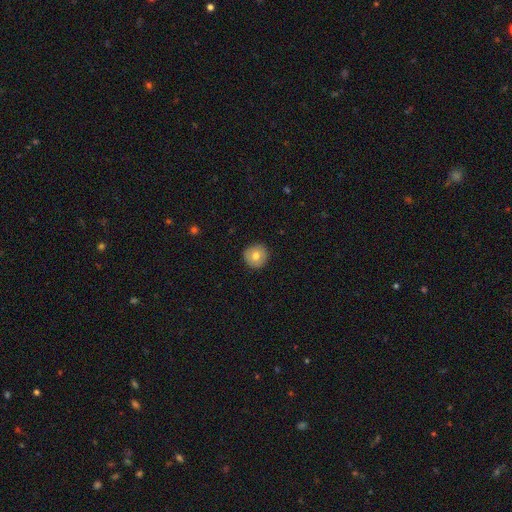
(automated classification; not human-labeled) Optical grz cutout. It shows a smooth galaxy with no disk features (73%) that is round (95%). Merging: none (90%).